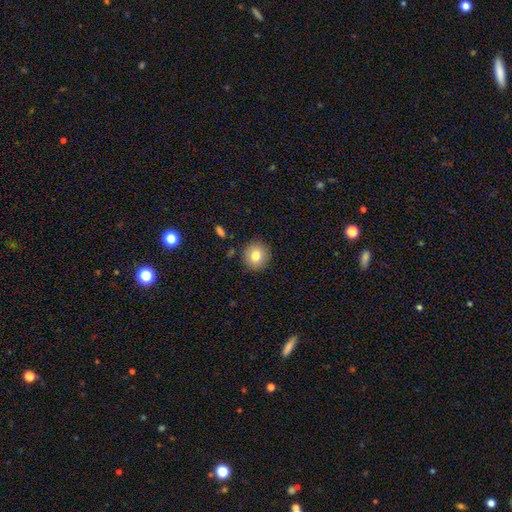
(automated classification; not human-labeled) A smooth galaxy with no disk features (80%) that is round (92%). Merging: none (89%).